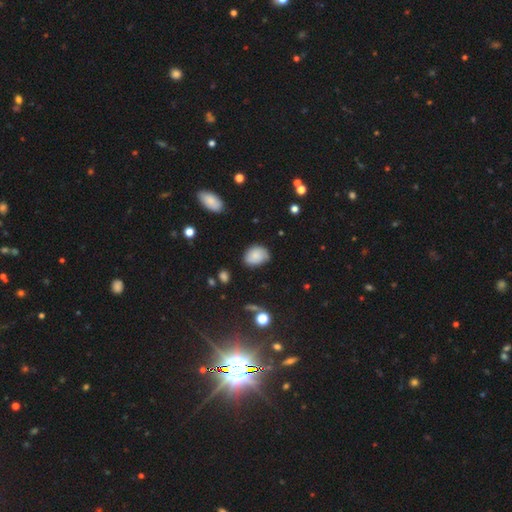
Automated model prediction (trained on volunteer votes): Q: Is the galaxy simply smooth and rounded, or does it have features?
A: smooth — 80%.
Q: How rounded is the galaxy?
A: in between — 67%.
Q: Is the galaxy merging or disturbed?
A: none — 70%.